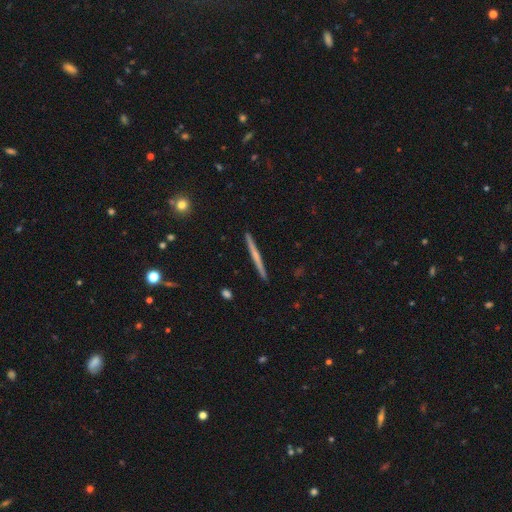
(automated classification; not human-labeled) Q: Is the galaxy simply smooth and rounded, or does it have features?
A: featured or disk — 53%.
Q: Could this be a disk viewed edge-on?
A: yes — 98%.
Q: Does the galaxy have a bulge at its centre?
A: none — 68%.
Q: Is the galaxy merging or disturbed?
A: none — 93%.